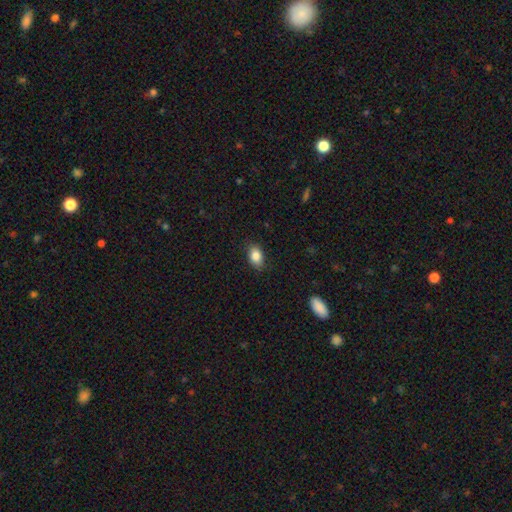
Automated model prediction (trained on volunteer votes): This is clearly a smooth galaxy (85%). How rounded: clearly in between (82%). Merging: clearly none (84%).